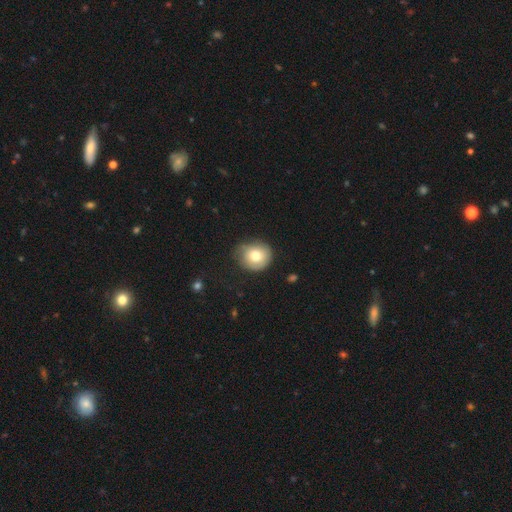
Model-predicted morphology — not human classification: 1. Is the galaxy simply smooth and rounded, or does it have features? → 76% smooth, 16% featured or disk, 8% star or artifact.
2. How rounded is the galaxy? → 83% round, 16% in between, 1% cigar-shaped.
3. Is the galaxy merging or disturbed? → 67% none, 25% minor disturbance, 6% major disturbance, 2% merger.